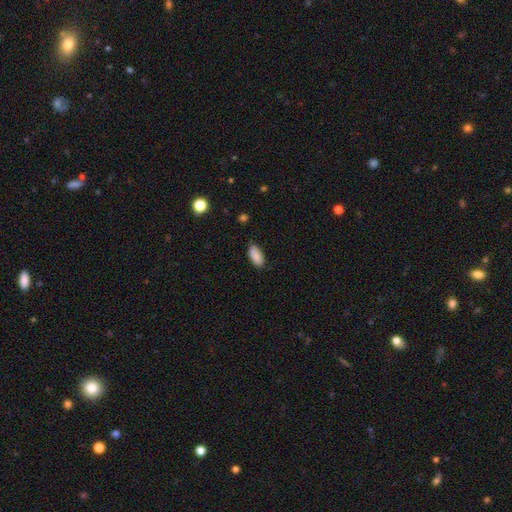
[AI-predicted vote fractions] A smooth galaxy with no disk features (89%) that is in between round and cigar-shaped (91%). Merging: none (82%).